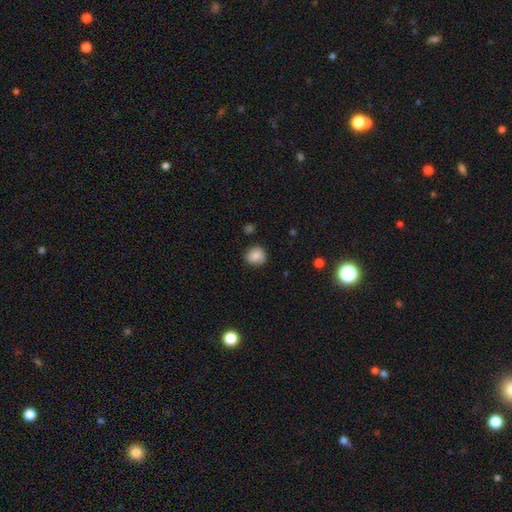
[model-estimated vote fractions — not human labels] smooth_or_featured: smooth (p=0.82) [alt: star or artifact p=0.09]
how_rounded: round (p=0.82) [alt: in between p=0.17]
merging: none (p=0.81) [alt: minor disturbance p=0.15]